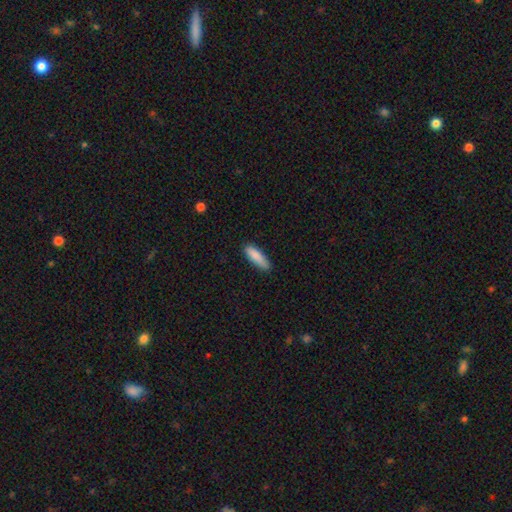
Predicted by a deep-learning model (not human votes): Smooth or featured: smooth — 87% (featured or disk — 6%)
How rounded: cigar-shaped — 59% (in between — 40%)
Merging: none — 81% (minor disturbance — 16%)